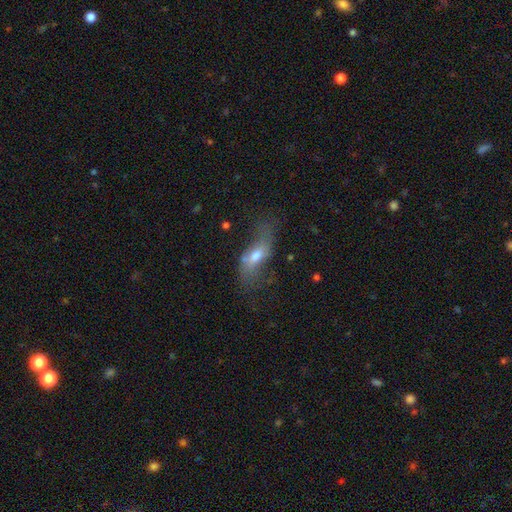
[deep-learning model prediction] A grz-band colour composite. It shows a featured or disk galaxy (55%). Merging: none (57%).